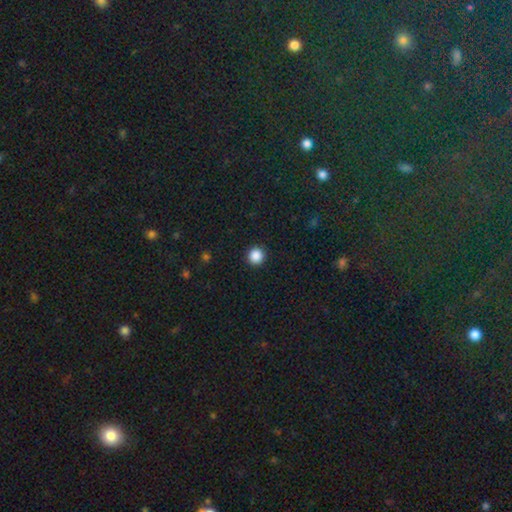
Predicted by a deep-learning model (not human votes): Smooth or featured? Predicted: smooth (p=0.87). How rounded? Predicted: round (p=0.96). Merging? Predicted: none (p=0.93).